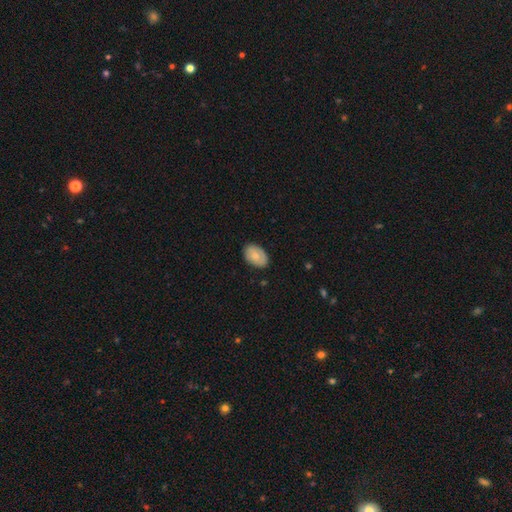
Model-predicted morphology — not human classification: smooth 70%, featured or disk 23%, star or artifact 6%. Down the decision tree: how rounded — in between (88%); merging — none (83%).